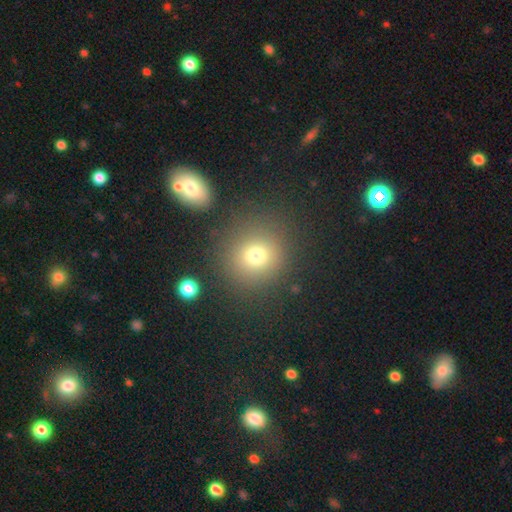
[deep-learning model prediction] Smooth or featured: smooth — 75% (star or artifact — 16%)
How rounded: round — 87% (in between — 12%)
Merging: none — 81% (minor disturbance — 9%)